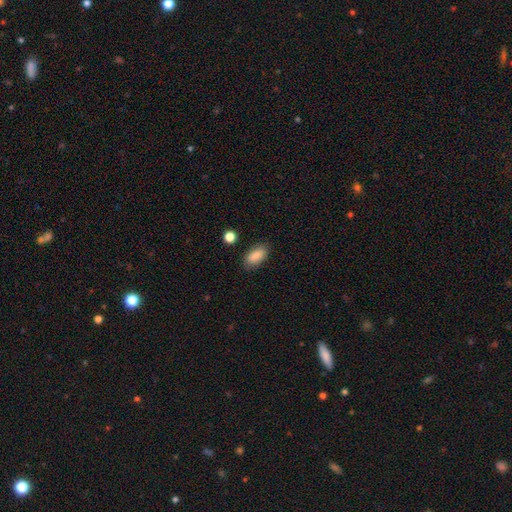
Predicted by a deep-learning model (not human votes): Overall: smooth (88%). How rounded: in between (91%). Merging: none (85%).